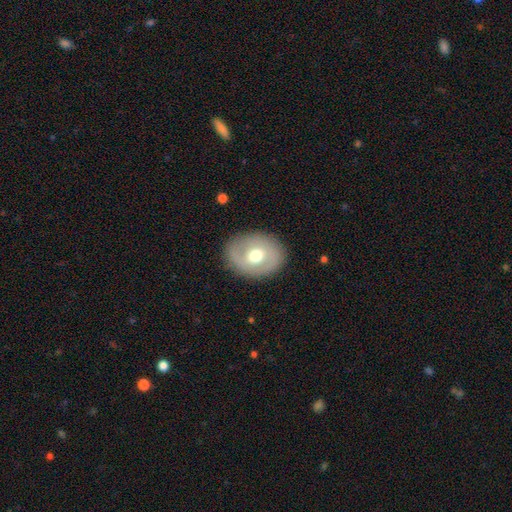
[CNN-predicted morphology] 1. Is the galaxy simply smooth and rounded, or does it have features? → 49% featured or disk, 45% smooth, 7% star or artifact.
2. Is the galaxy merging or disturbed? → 85% none, 10% minor disturbance, 4% major disturbance, 1% merger.